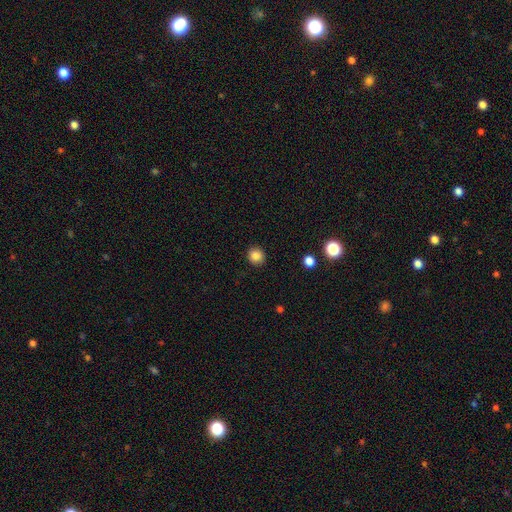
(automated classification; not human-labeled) A smooth galaxy with no disk features (85%) that is round (88%). Merging: none (91%).